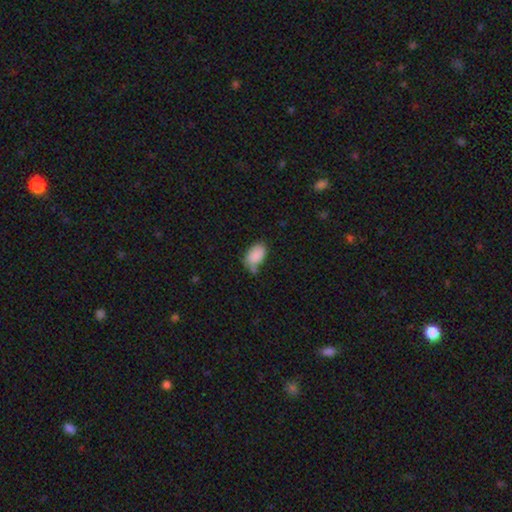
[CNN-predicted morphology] smooth 87%, star or artifact 8%, featured or disk 5%. Down the decision tree: how rounded — in between (91%); merging — none (52%).